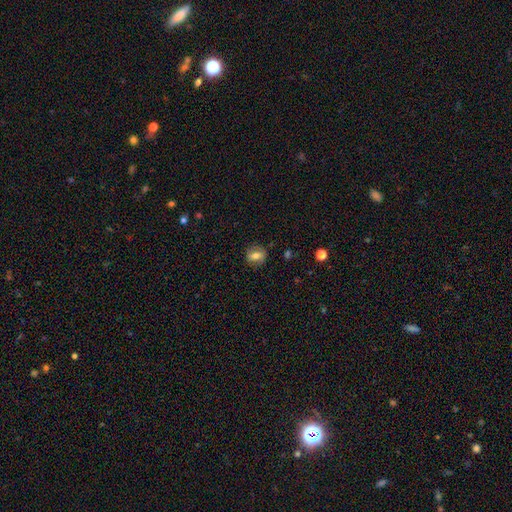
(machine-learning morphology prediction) smooth 60%, featured or disk 30%, star or artifact 10%. Down the decision tree: how rounded — round (54%); merging — none (78%).